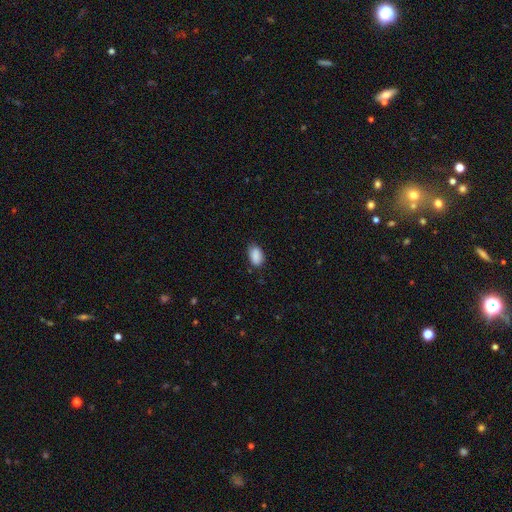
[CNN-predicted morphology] smooth-or-featured: smooth: 89% | star or artifact: 7% | featured or disk: 4%
  how-rounded: in between: 90% | round: 8% | cigar-shaped: 2%
  merging: none: 78% | minor disturbance: 18% | major disturbance: 3% | merger: 2%